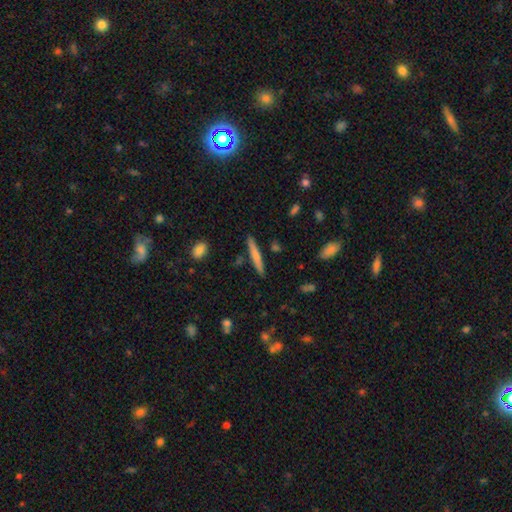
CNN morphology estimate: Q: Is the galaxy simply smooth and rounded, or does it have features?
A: smooth — 63%.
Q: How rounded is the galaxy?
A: cigar-shaped — 95%.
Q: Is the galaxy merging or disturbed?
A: none — 87%.